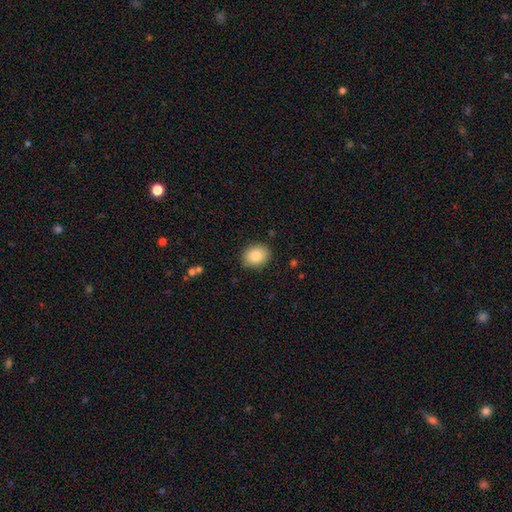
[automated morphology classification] This appears to be a smooth galaxy with no disk features (84%) that is round (53%). Merging: none (86%).